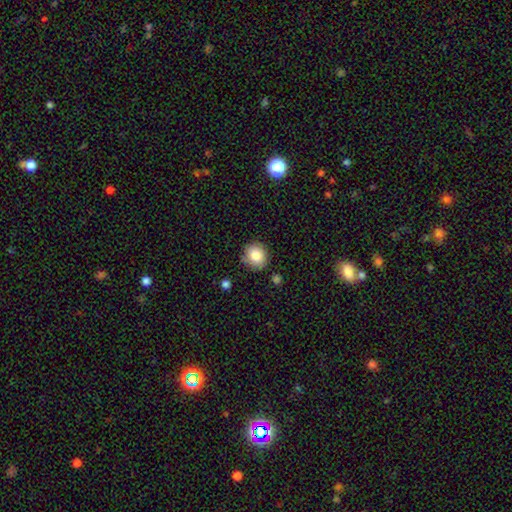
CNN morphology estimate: Smooth or featured? Predicted: smooth (p=0.84). How rounded? Predicted: round (p=0.84). Merging? Predicted: none (p=0.80).